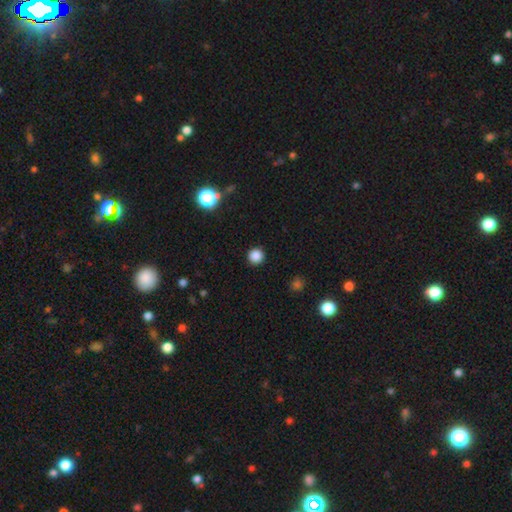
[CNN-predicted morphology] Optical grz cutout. It shows a smooth galaxy with no disk features (84%) that is round (95%). Merging: none (92%).